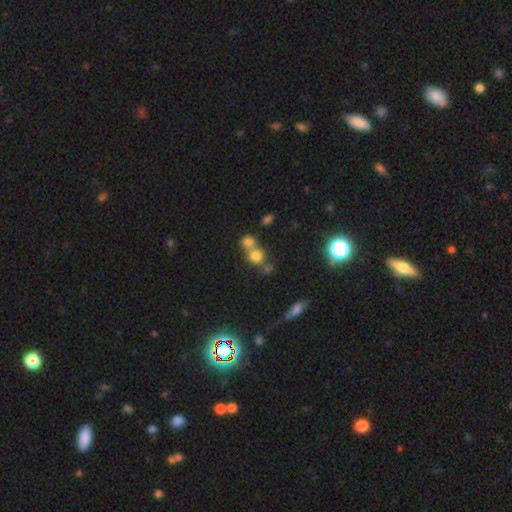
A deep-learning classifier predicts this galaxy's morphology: Smooth or featured: smooth — 73% (star or artifact — 15%)
How rounded: round — 80% (in between — 18%)
Merging: merger — 56% (none — 35%)